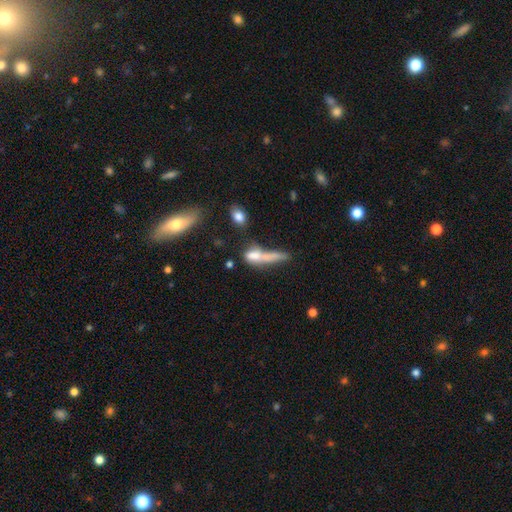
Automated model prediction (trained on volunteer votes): Q: Smooth or featured?
A: smooth (54%); runner-up: featured or disk (34%)
Q: How rounded?
A: cigar-shaped (63%); runner-up: in between (28%)
Q: Merging?
A: merger (33%); runner-up: none (31%)